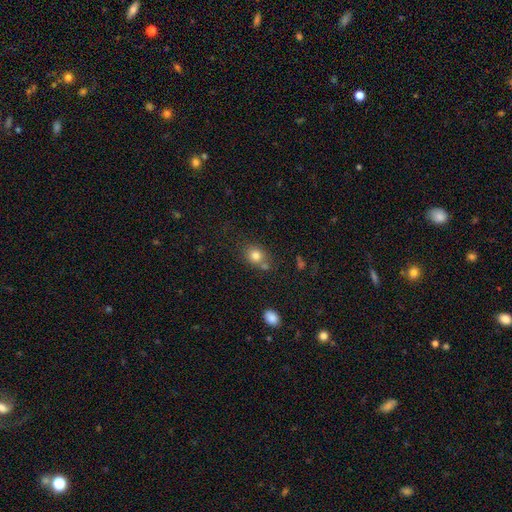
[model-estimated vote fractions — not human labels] Q: Smooth or featured?
A: smooth (79%); runner-up: star or artifact (11%)
Q: How rounded?
A: round (62%); runner-up: in between (37%)
Q: Merging?
A: none (63%); runner-up: merger (18%)